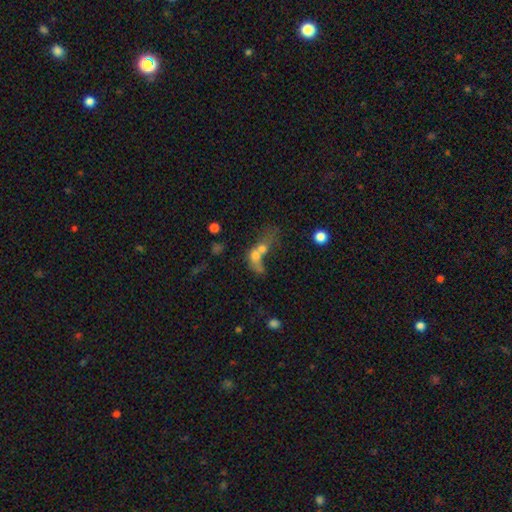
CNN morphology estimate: Smooth or featured?
  - smooth: 56% *
  - featured or disk: 30%
  - star or artifact: 14%
How rounded?
  - in between: 56% *
  - round: 37%
  - cigar-shaped: 8%
Merging?
  - merger: 72% *
  - major disturbance: 12%
  - none: 10%
  - minor disturbance: 5%